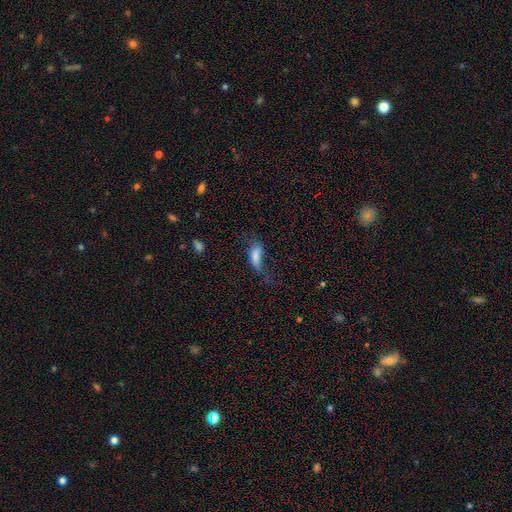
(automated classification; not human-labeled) This appears to be a smooth galaxy with no disk features (69%) that is in between round and cigar-shaped (71%). Merging: major disturbance (48%).